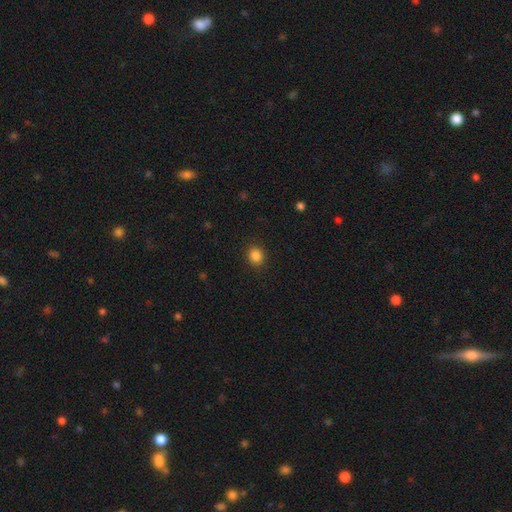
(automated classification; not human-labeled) smooth-or-featured: smooth: 86% | star or artifact: 11% | featured or disk: 3%
  how-rounded: round: 76% | in between: 23% | cigar-shaped: 1%
  merging: none: 90% | minor disturbance: 6% | major disturbance: 2% | merger: 1%